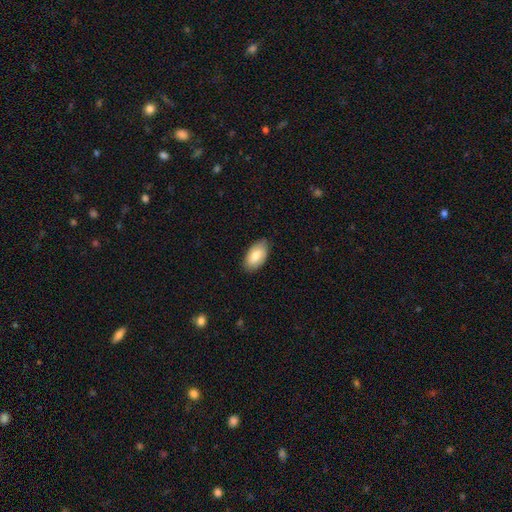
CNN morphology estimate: Smooth or featured? smooth (75%)
How rounded? in between (95%)
Merging? none (82%)